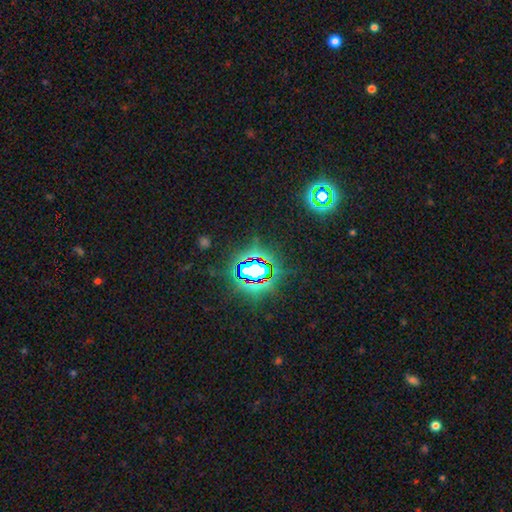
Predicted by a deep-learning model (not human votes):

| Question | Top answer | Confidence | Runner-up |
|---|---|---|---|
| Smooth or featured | star or artifact | 83% | smooth (11%) |